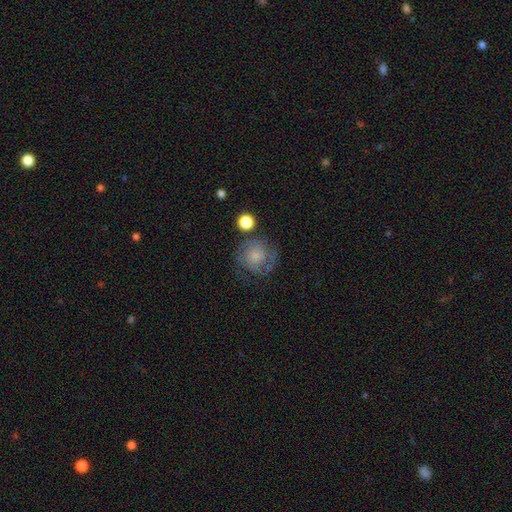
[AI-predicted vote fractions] This is possibly a featured or disk galaxy (51%). It is clearly not viewed edge-on (98%). Bar: likely no (77%). Spiral arm pattern: clearly yes (83%). Central bulge: marginally small (40%). Merging: likely none (66%).